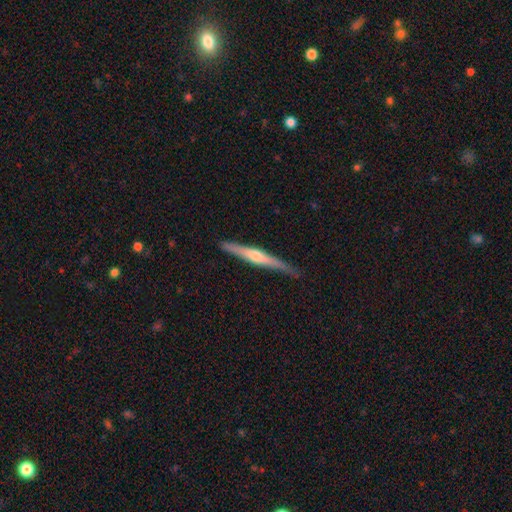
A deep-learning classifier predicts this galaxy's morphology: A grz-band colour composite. It shows a featured or disk galaxy (67%) viewed edge-on (97%) with a rounded central bulge (81%). Merging: none (84%).